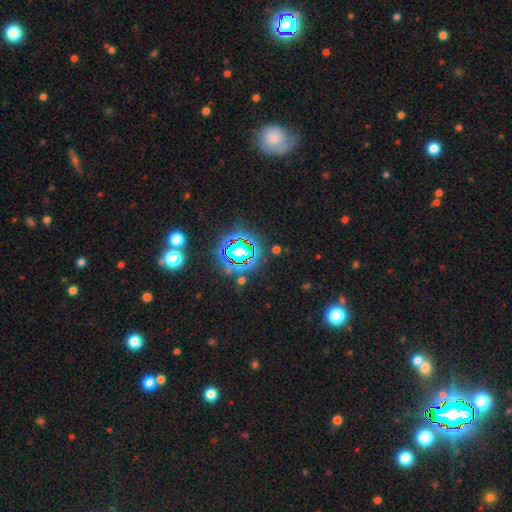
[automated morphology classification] The model was most divided on "smooth or featured": star or artifact: 76%, smooth: 15%, featured or disk: 9%.